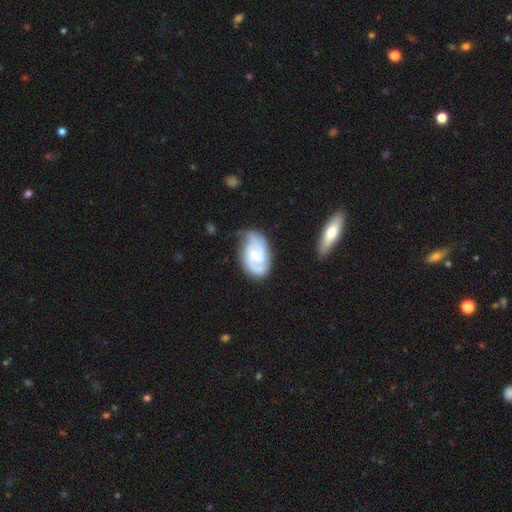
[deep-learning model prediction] This appears to be a featured or disk galaxy (77%) with no bar (48%), 2 (58%) medium (44%) spiral arms (94%) and a small central bulge (56%). Merging: none (62%).